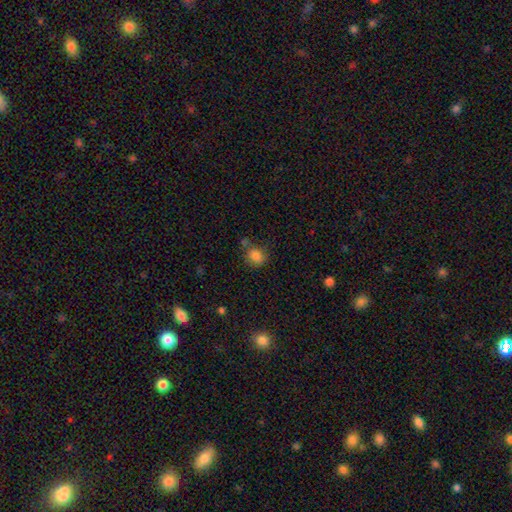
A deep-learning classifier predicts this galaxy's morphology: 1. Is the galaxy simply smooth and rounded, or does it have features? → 84% smooth, 11% star or artifact, 6% featured or disk.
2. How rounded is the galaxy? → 62% round, 37% in between, 1% cigar-shaped.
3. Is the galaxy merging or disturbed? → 64% none, 17% minor disturbance, 14% merger, 6% major disturbance.